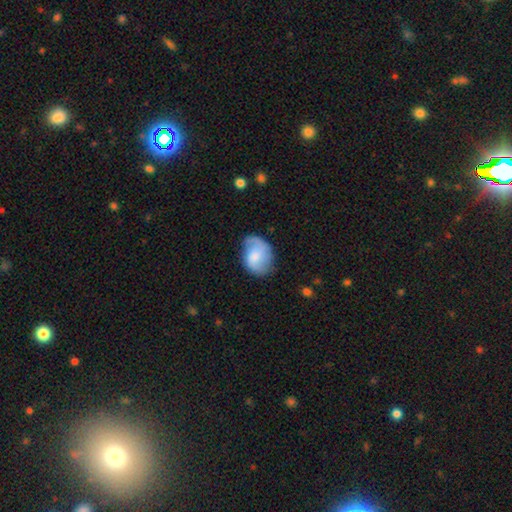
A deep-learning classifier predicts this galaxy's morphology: Smooth or featured? featured or disk (53%)
Edge-on disk? no (97%)
Bar? no (60%)
Spiral arms? yes (87%)
Bulge size? moderate (34%)
Merging? none (60%)